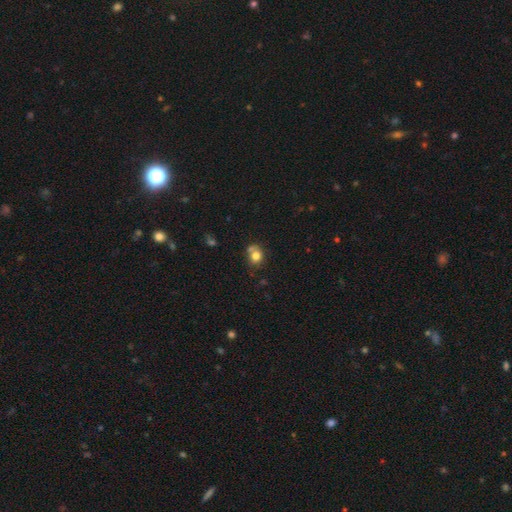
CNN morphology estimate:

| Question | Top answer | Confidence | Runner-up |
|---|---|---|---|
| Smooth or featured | smooth | 78% | star or artifact (12%) |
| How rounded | round | 70% | in between (29%) |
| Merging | none | 54% | merger (21%) |